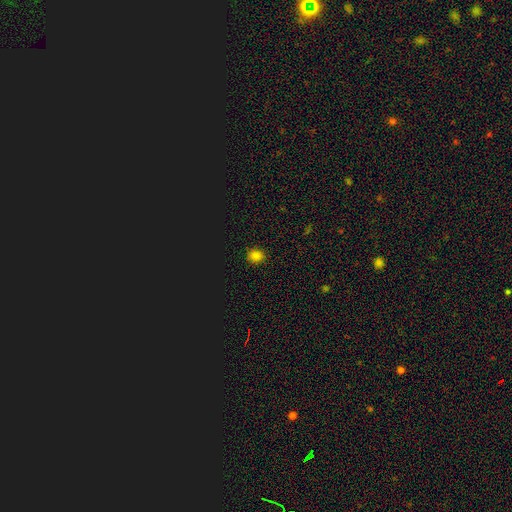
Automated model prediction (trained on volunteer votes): A smooth galaxy with no disk features (77%) that is round (81%).

Vote fractions:
- Smooth or featured? smooth: 77% / star or artifact: 18% / featured or disk: 5%
- How rounded? round: 81% / in between: 18% / cigar-shaped: 1%
- Merging? none: 90% / minor disturbance: 7% / major disturbance: 2% / merger: 1%